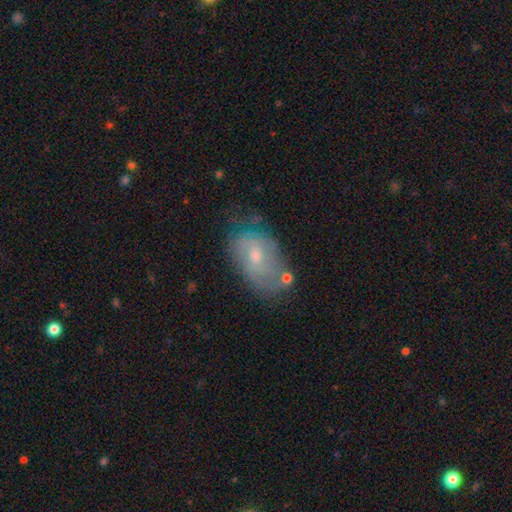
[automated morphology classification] Q: Smooth or featured?
A: featured or disk (54%); runner-up: smooth (37%)
Q: Edge-on disk?
A: no (95%); runner-up: yes (5%)
Q: Bar?
A: no (58%); runner-up: weak (37%)
Q: Spiral arms?
A: yes (66%); runner-up: no (34%)
Q: Bulge size?
A: moderate (49%); runner-up: small (45%)
Q: Merging?
A: none (54%); runner-up: minor disturbance (28%)